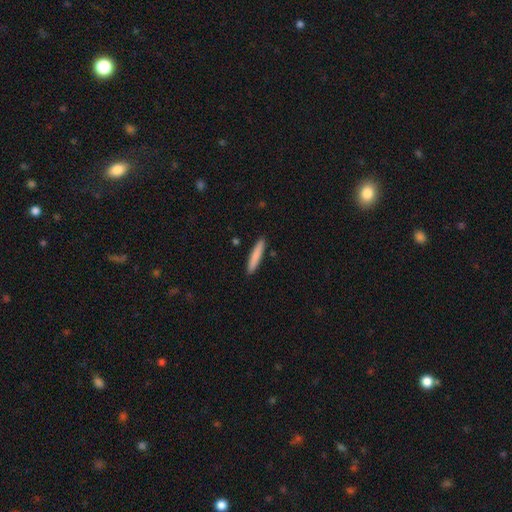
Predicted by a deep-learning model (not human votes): Smooth or featured? smooth (82%)
How rounded? cigar-shaped (92%)
Merging? none (91%)